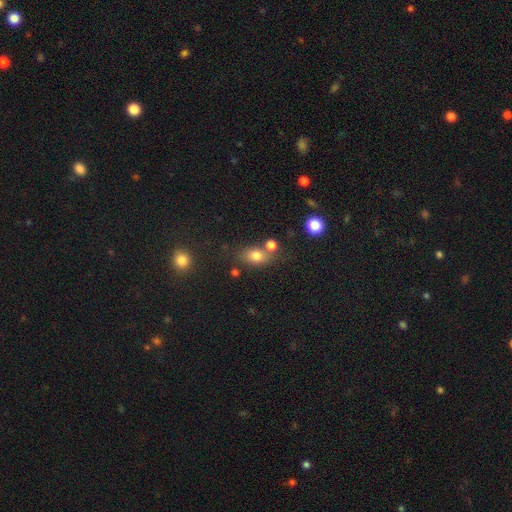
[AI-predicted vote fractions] smooth-or-featured: smooth: 77% | star or artifact: 13% | featured or disk: 10%
  how-rounded: in between: 66% | round: 31% | cigar-shaped: 3%
  merging: none: 60% | merger: 22% | minor disturbance: 14% | major disturbance: 5%